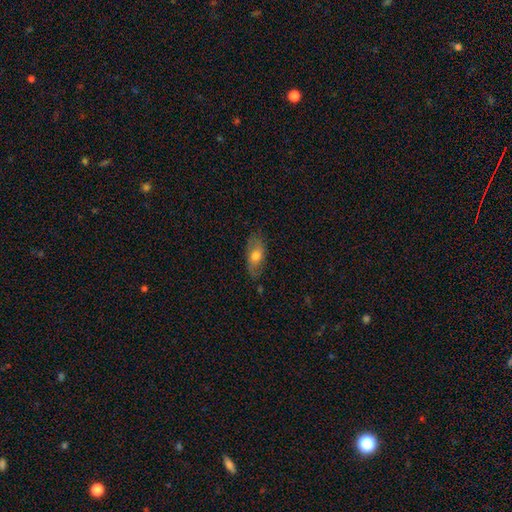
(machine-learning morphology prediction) smooth_or_featured: smooth (p=0.60) [alt: featured or disk p=0.33]
how_rounded: in between (p=0.85) [alt: cigar-shaped p=0.10]
merging: none (p=0.75) [alt: minor disturbance p=0.19]